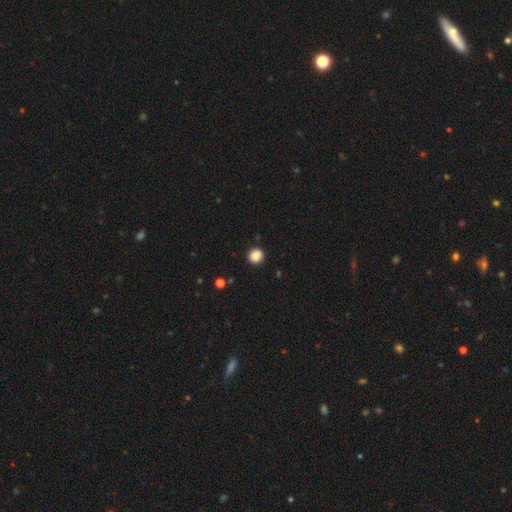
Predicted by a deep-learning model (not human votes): Smooth or featured?
  - smooth: 87% *
  - star or artifact: 10%
  - featured or disk: 3%
How rounded?
  - round: 89% *
  - in between: 10%
  - cigar-shaped: 1%
Merging?
  - none: 90% *
  - minor disturbance: 7%
  - major disturbance: 2%
  - merger: 1%